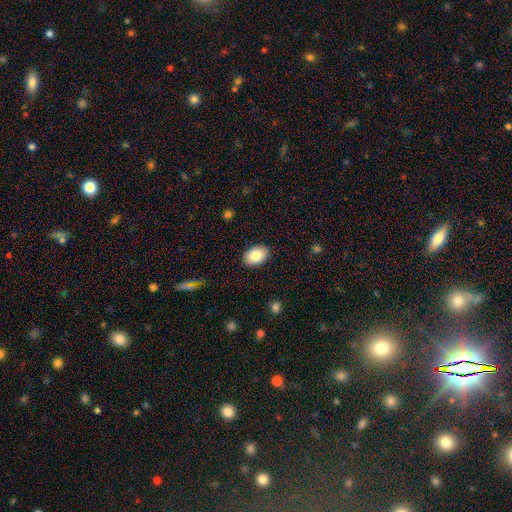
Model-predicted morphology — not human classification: Overall: smooth (85%). How rounded: in between (85%). Merging: none (89%).